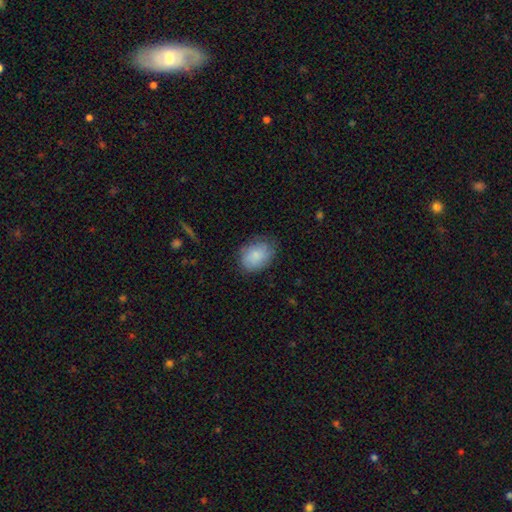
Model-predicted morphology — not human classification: Smooth or featured: smooth — 84% (featured or disk — 9%)
How rounded: in between — 70% (round — 29%)
Merging: none — 75% (minor disturbance — 19%)